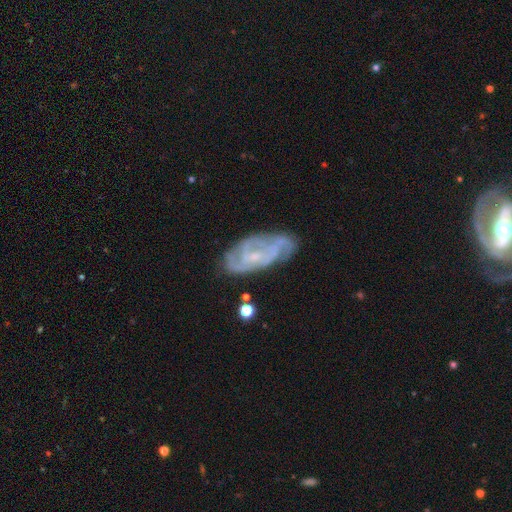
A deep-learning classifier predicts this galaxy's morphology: Smooth or featured? featured or disk (76%)
Edge-on disk? no (92%)
Bar? no (55%)
Spiral arms? yes (86%)
Spiral winding? tight (50%)
Spiral arm count? can't tell (39%)
Bulge size? small (70%)
Merging? none (69%)